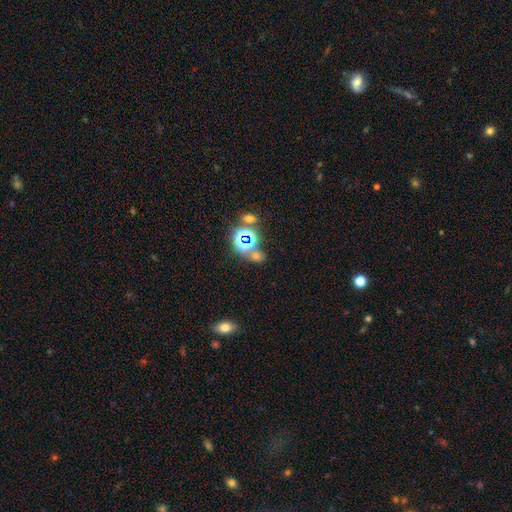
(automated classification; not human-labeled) Overall: star or artifact (50%; smooth 41%).